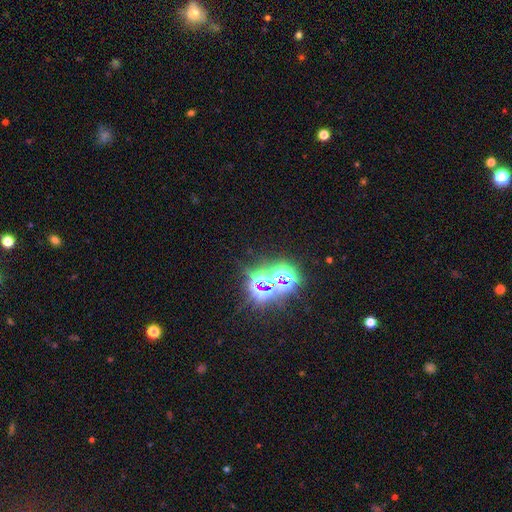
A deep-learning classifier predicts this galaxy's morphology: This appears to be a star or artifact, not a galaxy (72%).